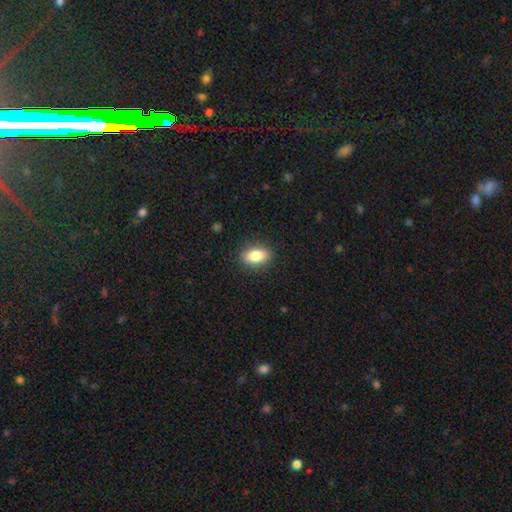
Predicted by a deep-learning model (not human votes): smooth_or_featured: smooth (p=0.83) [alt: featured or disk p=0.09]
how_rounded: in between (p=0.85) [alt: round p=0.10]
merging: none (p=0.87) [alt: minor disturbance p=0.09]